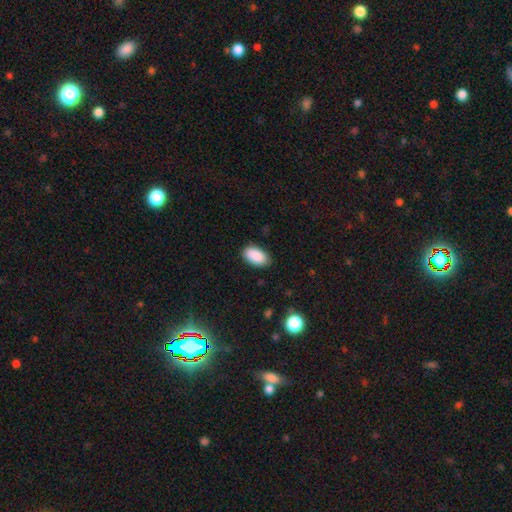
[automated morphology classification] Smooth or featured: smooth — 89% (star or artifact — 7%)
How rounded: in between — 95% (round — 4%)
Merging: none — 85% (minor disturbance — 12%)